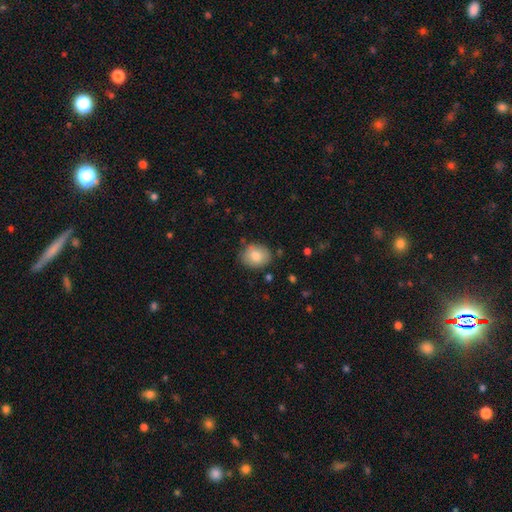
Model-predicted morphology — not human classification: smooth-or-featured: smooth: 81% | featured or disk: 12% | star or artifact: 8%
  how-rounded: round: 52% | in between: 47% | cigar-shaped: 1%
  merging: none: 82% | minor disturbance: 14% | major disturbance: 3% | merger: 2%